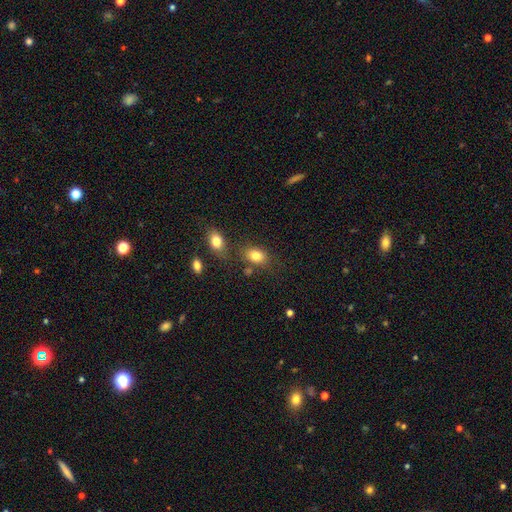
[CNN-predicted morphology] A smooth galaxy with no disk features (81%) that is in between round and cigar-shaped (77%).

Vote fractions:
- Smooth or featured? smooth: 81% / star or artifact: 10% / featured or disk: 9%
- How rounded? in between: 77% / round: 21% / cigar-shaped: 1%
- Merging? none: 69% / minor disturbance: 14% / merger: 12% / major disturbance: 5%